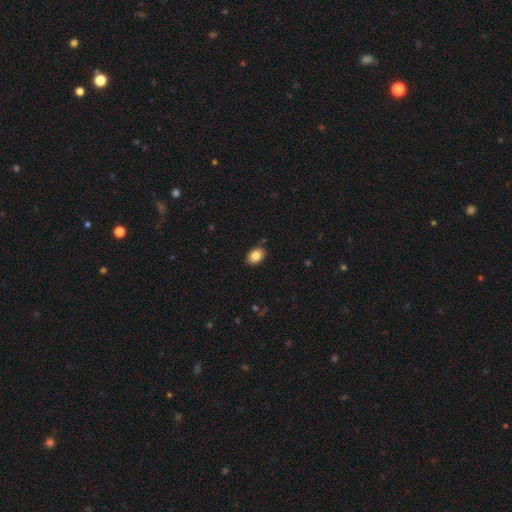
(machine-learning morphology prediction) This is clearly a smooth galaxy (85%). How rounded: likely in between (80%). Merging: clearly none (87%).